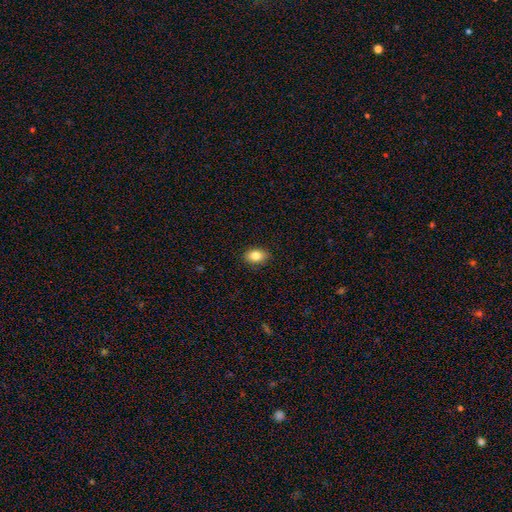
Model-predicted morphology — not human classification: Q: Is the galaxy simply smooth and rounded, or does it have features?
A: smooth — 83%.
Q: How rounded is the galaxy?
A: in between — 80%.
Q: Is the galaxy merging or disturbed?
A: none — 88%.